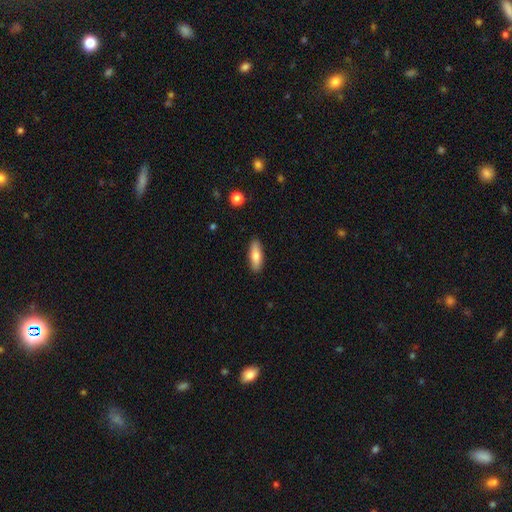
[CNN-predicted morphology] A smooth galaxy with no disk features (73%) that is in between round and cigar-shaped (58%).

Vote fractions:
- Smooth or featured? smooth: 73% / featured or disk: 21% / star or artifact: 6%
- How rounded? in between: 58% / cigar-shaped: 39% / round: 2%
- Merging? none: 88% / minor disturbance: 9% / major disturbance: 2% / merger: 1%